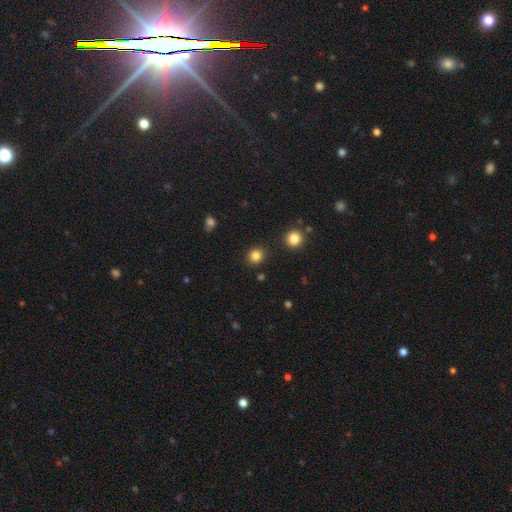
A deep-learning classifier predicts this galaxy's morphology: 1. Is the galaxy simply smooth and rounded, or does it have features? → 83% smooth, 13% star or artifact, 4% featured or disk.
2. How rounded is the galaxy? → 89% round, 11% in between, 1% cigar-shaped.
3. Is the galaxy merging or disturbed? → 90% none, 6% minor disturbance, 2% major disturbance, 2% merger.